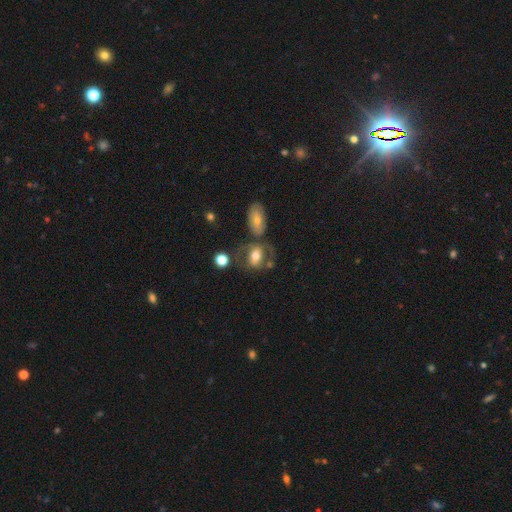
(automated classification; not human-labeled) A smooth galaxy with no disk features (48%).

Vote fractions:
- Smooth or featured? smooth: 48% / featured or disk: 43% / star or artifact: 9%
- Merging? none: 47% / merger: 23% / minor disturbance: 17% / major disturbance: 14%